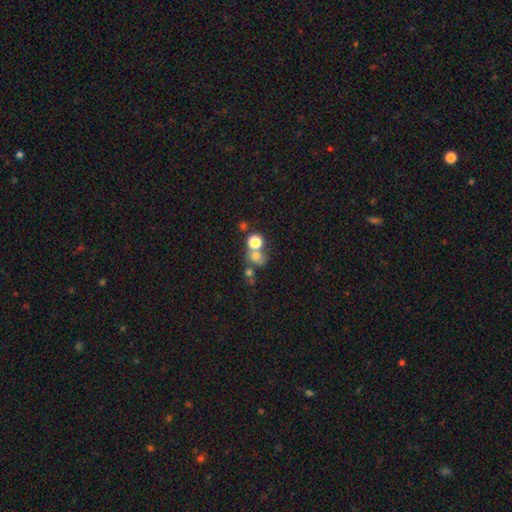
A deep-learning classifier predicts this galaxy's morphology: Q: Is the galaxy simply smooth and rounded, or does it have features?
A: smooth — 65%.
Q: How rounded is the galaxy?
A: round — 71%.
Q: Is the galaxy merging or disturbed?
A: merger — 43%.